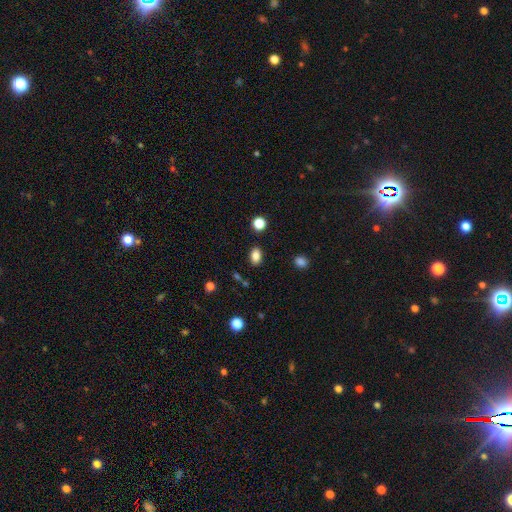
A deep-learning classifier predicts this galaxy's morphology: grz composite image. It shows a smooth galaxy with no disk features (84%) that is in between round and cigar-shaped (83%). Merging: none (86%).